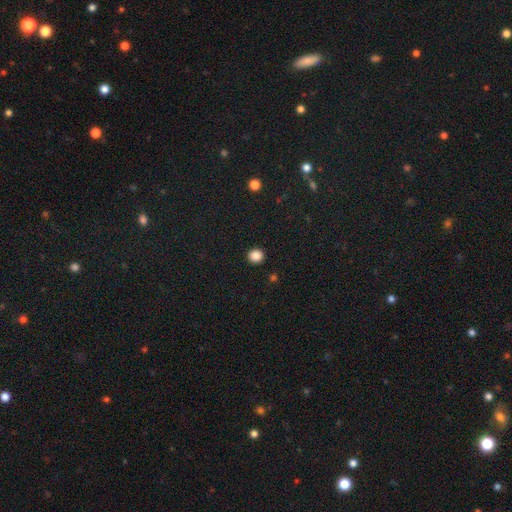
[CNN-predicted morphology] Smooth or featured? Predicted: smooth (p=0.87). How rounded? Predicted: round (p=0.89). Merging? Predicted: none (p=0.93).